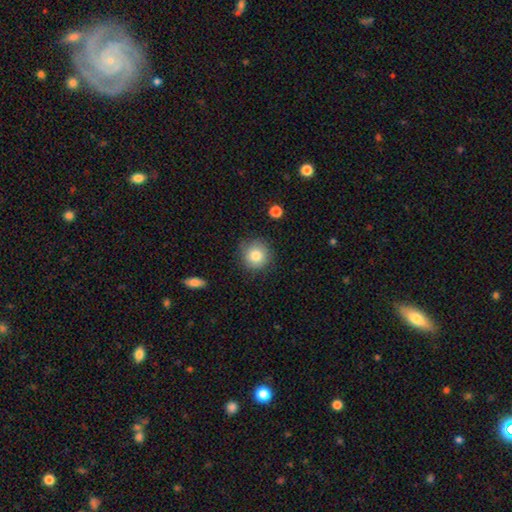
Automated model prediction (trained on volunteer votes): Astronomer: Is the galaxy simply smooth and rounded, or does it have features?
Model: smooth — 82%.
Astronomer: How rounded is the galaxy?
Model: round — 92%.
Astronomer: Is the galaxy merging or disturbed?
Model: none — 82%.